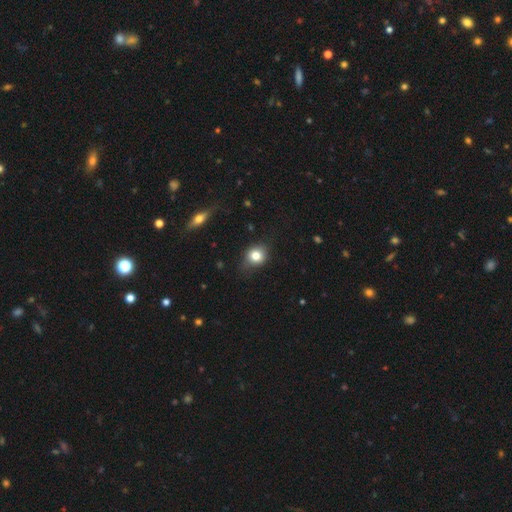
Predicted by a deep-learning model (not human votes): This is likely a smooth galaxy (77%). How rounded: likely round (67%). Merging: likely none (74%).